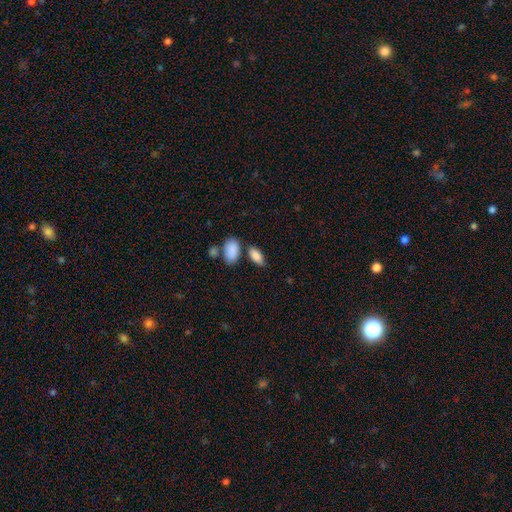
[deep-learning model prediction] Smooth or featured?
  - smooth: 88% *
  - star or artifact: 7%
  - featured or disk: 6%
How rounded?
  - in between: 90% *
  - cigar-shaped: 7%
  - round: 3%
Merging?
  - none: 69% *
  - merger: 14%
  - minor disturbance: 13%
  - major disturbance: 4%